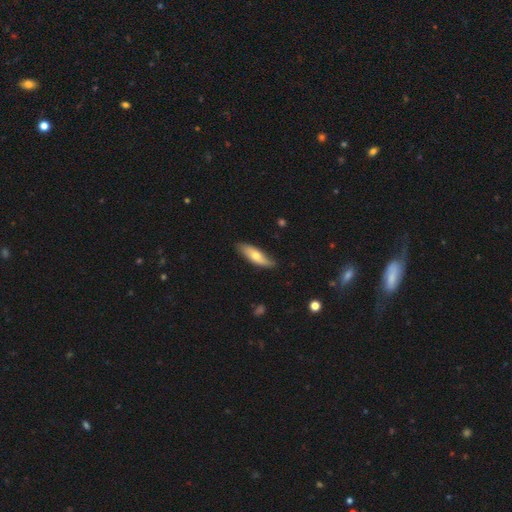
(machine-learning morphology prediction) This appears to be a smooth galaxy with no disk features (60%) that is in between round and cigar-shaped (49%). Merging: none (81%).